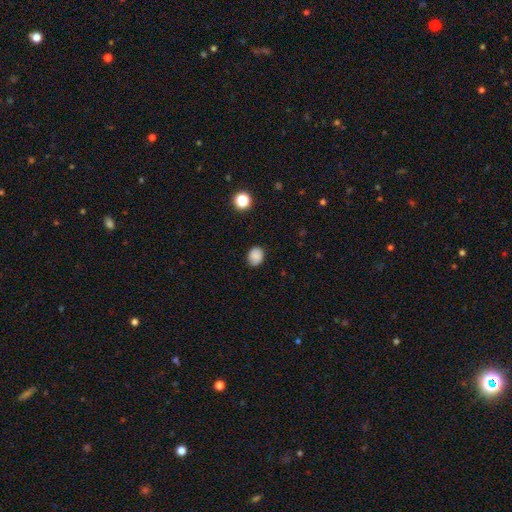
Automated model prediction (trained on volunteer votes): Smooth or featured?
  - smooth: 81% *
  - star or artifact: 10%
  - featured or disk: 9%
How rounded?
  - round: 61% *
  - in between: 38%
  - cigar-shaped: 1%
Merging?
  - none: 82% *
  - minor disturbance: 14%
  - major disturbance: 3%
  - merger: 1%